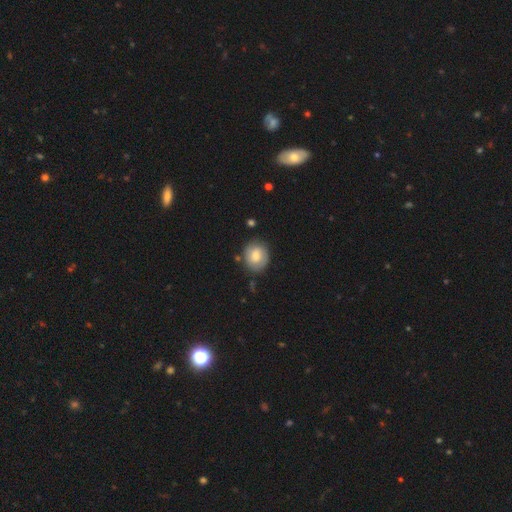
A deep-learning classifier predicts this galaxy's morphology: type=smooth (67%); roundness=round (64%); merging=none (77%).